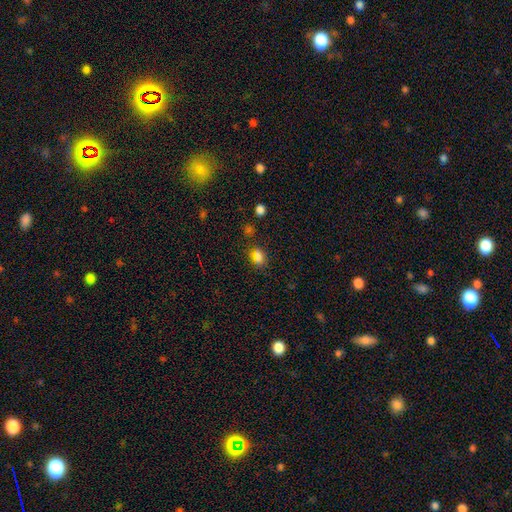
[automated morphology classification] This appears to be a smooth galaxy with no disk features (79%) that is in between round and cigar-shaped (73%). Merging: none (77%).